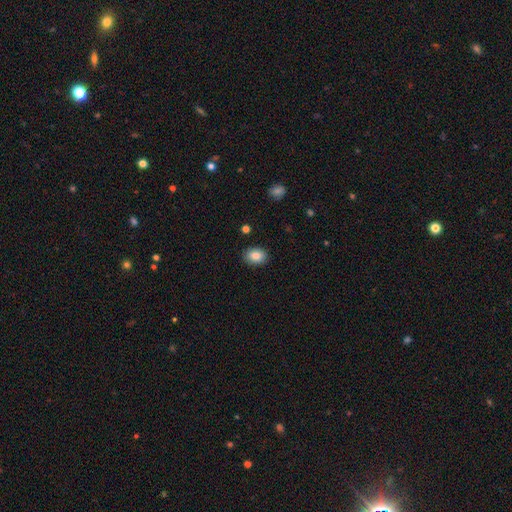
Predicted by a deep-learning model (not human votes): This appears to be a smooth galaxy with no disk features (86%) that is in between round and cigar-shaped (73%). Merging: none (88%).